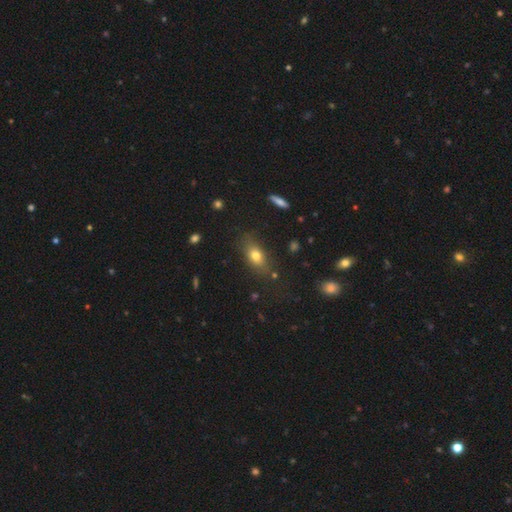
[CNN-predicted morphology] smooth 73%, featured or disk 15%, star or artifact 12%. Down the decision tree: how rounded — in between (74%); merging — none (77%).